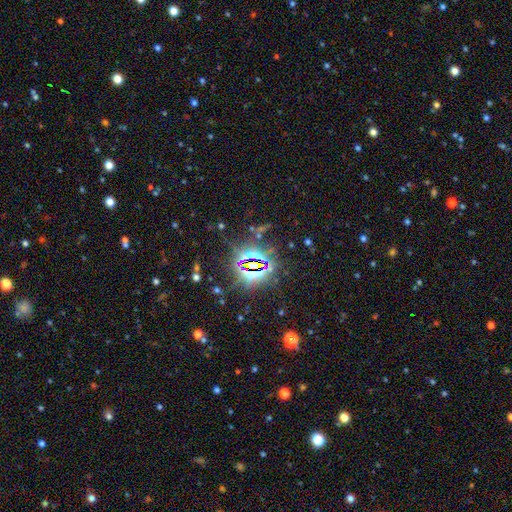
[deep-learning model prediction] A star or artifact, not a galaxy (84%).